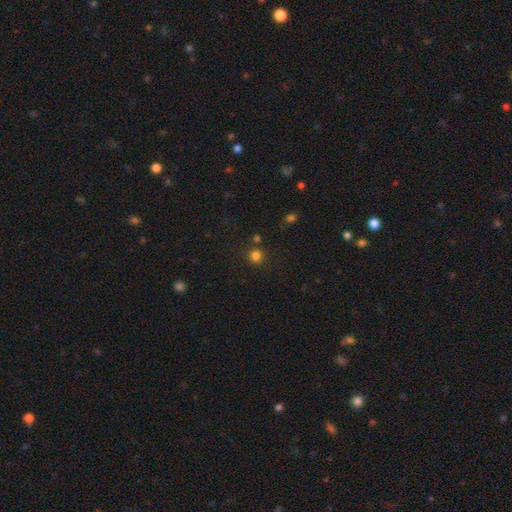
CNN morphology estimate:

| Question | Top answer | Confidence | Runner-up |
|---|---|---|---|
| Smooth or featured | smooth | 79% | star or artifact (16%) |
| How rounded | round | 91% | in between (8%) |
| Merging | none | 81% | minor disturbance (8%) |